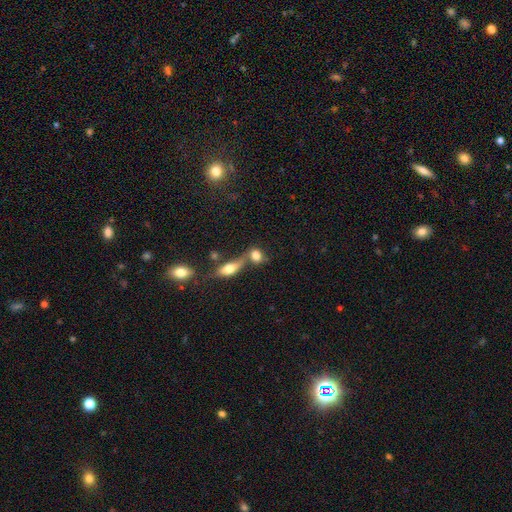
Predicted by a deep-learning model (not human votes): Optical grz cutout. It shows a smooth galaxy with no disk features (78%) that is in between round and cigar-shaped (48%). Merging: merger (48%).